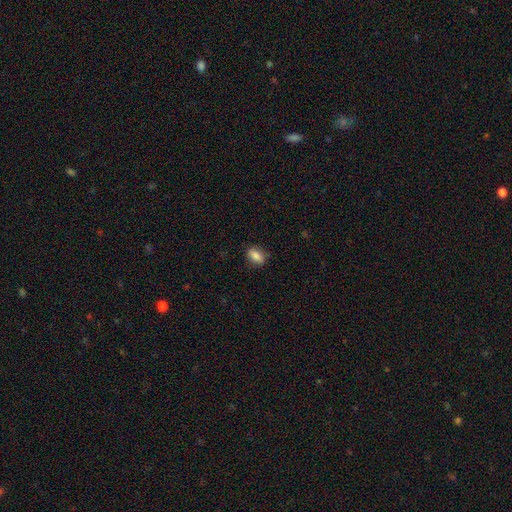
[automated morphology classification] A smooth galaxy with no disk features (82%) that is in between round and cigar-shaped (82%). Merging: none (82%).